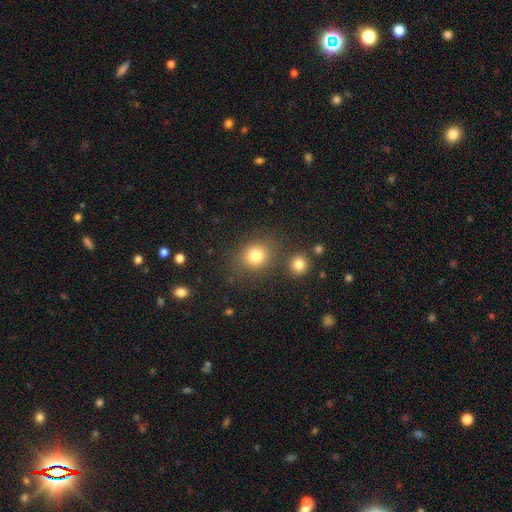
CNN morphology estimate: smooth 80%, star or artifact 13%, featured or disk 7%. Down the decision tree: how rounded — round (77%); merging — none (76%).